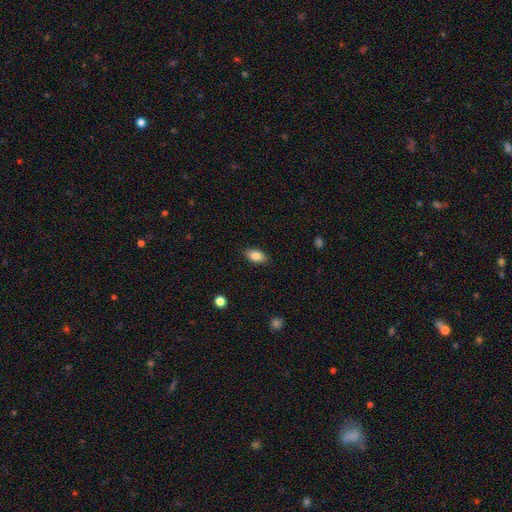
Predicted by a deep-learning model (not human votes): Smooth or featured?
  - smooth: 85% *
  - star or artifact: 8%
  - featured or disk: 8%
How rounded?
  - in between: 91% *
  - round: 6%
  - cigar-shaped: 3%
Merging?
  - none: 87% *
  - minor disturbance: 10%
  - major disturbance: 2%
  - merger: 1%